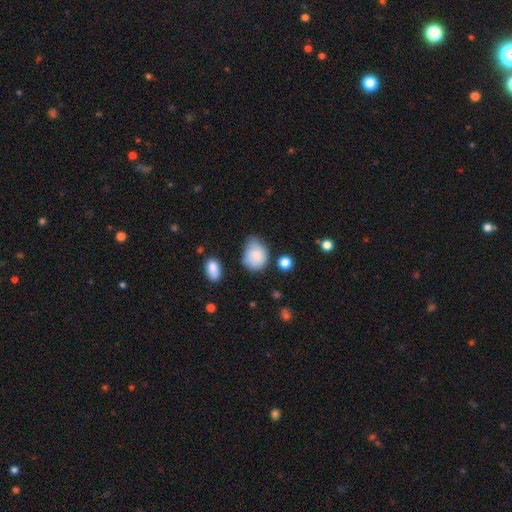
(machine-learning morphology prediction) Smooth or featured? smooth (79%)
How rounded? in between (51%)
Merging? none (41%, tied with minor disturbance)